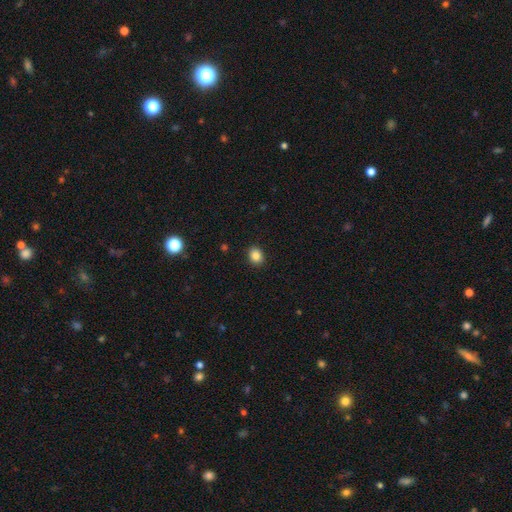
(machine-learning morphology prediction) type=smooth (85%); roundness=round (53%); merging=none (91%).